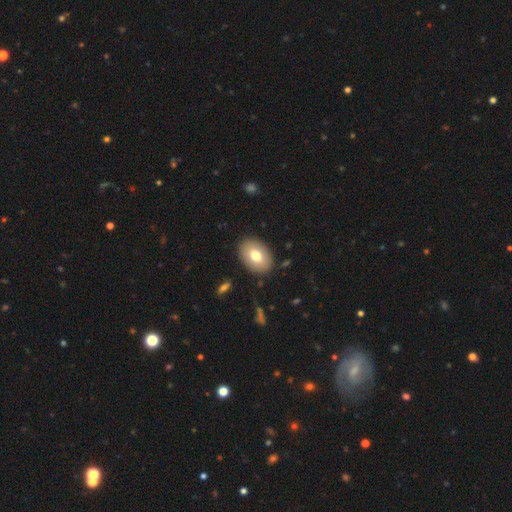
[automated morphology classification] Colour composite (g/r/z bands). It shows a smooth galaxy with no disk features (73%) that is in between round and cigar-shaped (84%). Merging: none (88%).